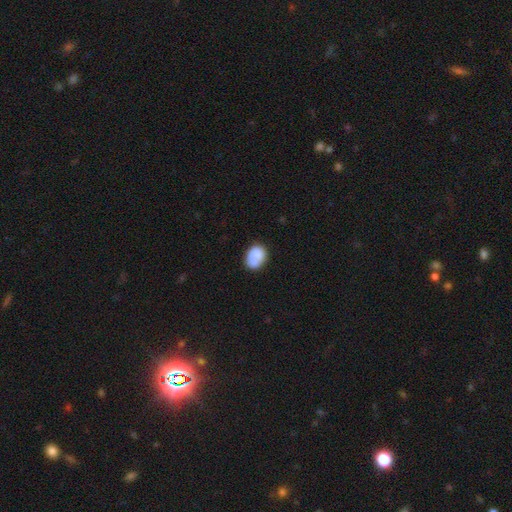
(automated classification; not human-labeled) smooth_or_featured: smooth (p=0.73) [alt: featured or disk p=0.20]
how_rounded: in between (p=0.60) [alt: round p=0.39]
merging: none (p=0.56) [alt: minor disturbance p=0.22]